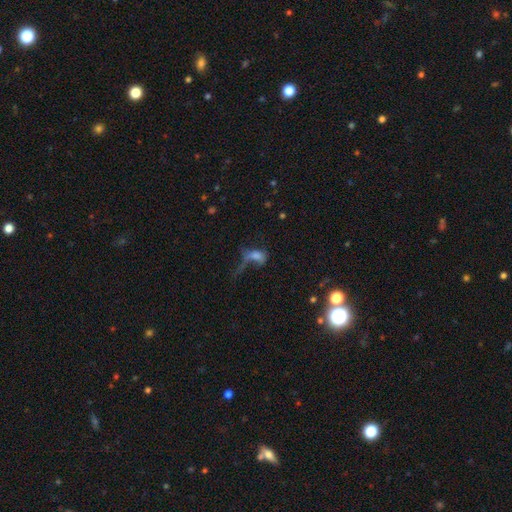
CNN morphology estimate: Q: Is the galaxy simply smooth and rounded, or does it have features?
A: smooth — 49%.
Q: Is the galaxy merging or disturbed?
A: major disturbance — 51%.